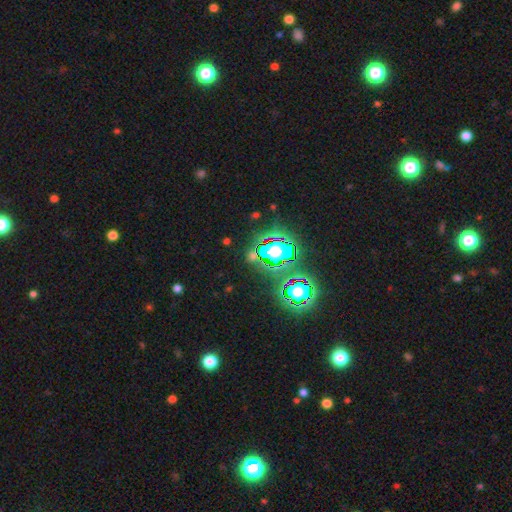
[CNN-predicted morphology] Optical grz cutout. It shows a star or artifact, not a galaxy (75%).